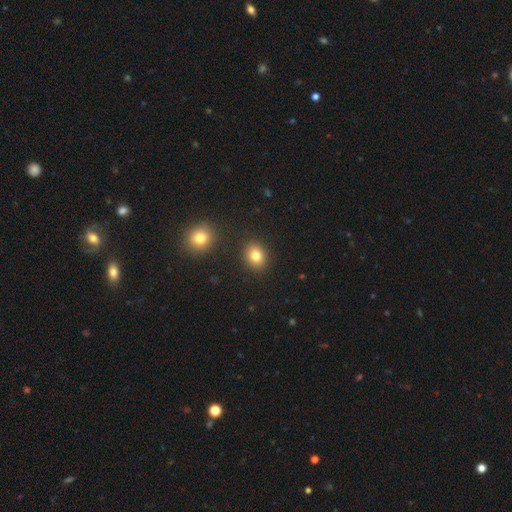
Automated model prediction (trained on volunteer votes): smooth_or_featured: smooth (p=0.81) [alt: star or artifact p=0.11]
how_rounded: round (p=0.61) [alt: in between p=0.38]
merging: none (p=0.88) [alt: minor disturbance p=0.07]